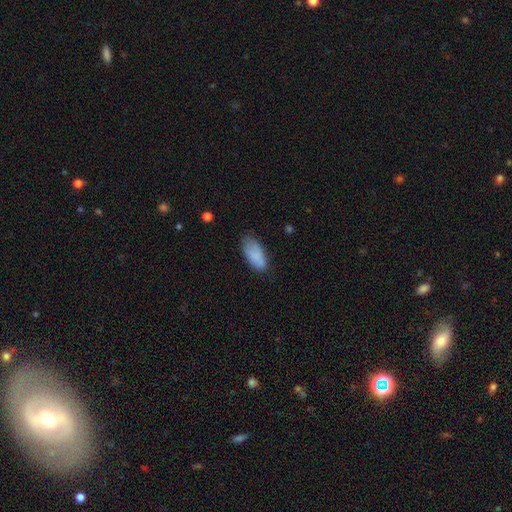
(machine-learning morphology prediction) This appears to be a smooth galaxy with no disk features (85%) that is in between round and cigar-shaped (89%). Merging: none (67%).